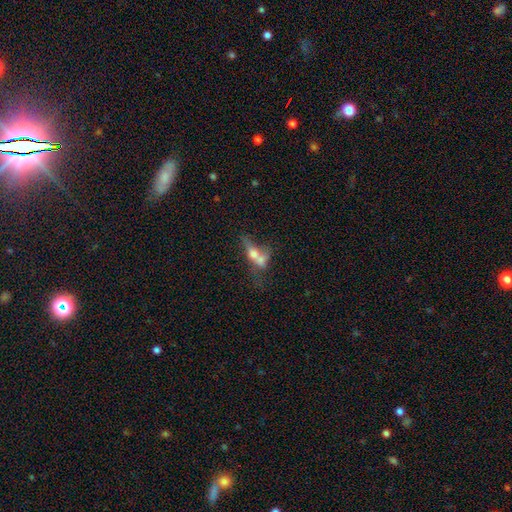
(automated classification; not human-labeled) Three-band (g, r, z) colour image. It shows a smooth galaxy with no disk features (50%). Merging: merger (58%).